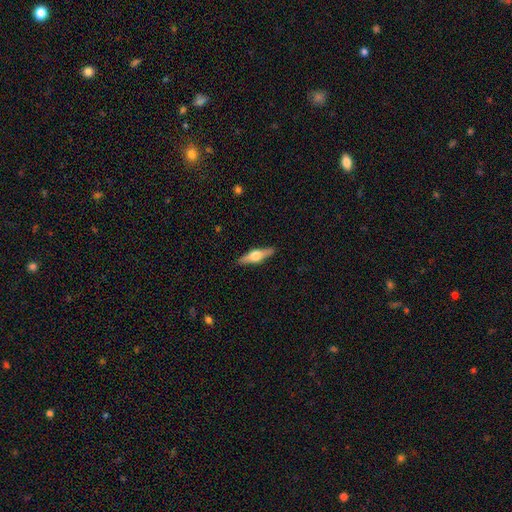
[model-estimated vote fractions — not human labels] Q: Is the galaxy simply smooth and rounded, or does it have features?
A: featured or disk — 61%.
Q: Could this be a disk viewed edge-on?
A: yes — 95%.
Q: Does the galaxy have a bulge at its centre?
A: rounded — 95%.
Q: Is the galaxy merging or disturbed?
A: none — 90%.